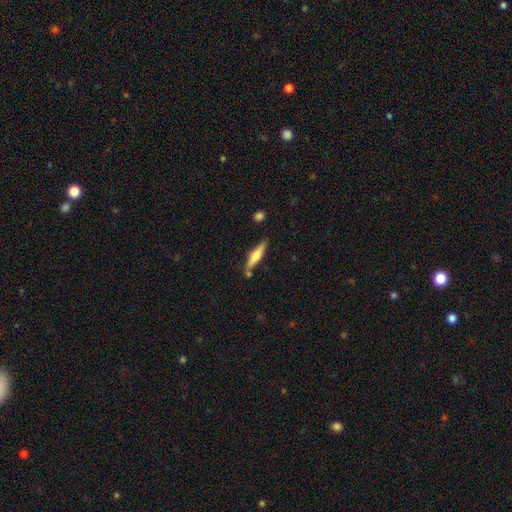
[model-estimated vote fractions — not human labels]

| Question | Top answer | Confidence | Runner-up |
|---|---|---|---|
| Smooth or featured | smooth | 51% | featured or disk (43%) |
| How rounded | cigar-shaped | 81% | in between (17%) |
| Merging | none | 77% | minor disturbance (13%) |